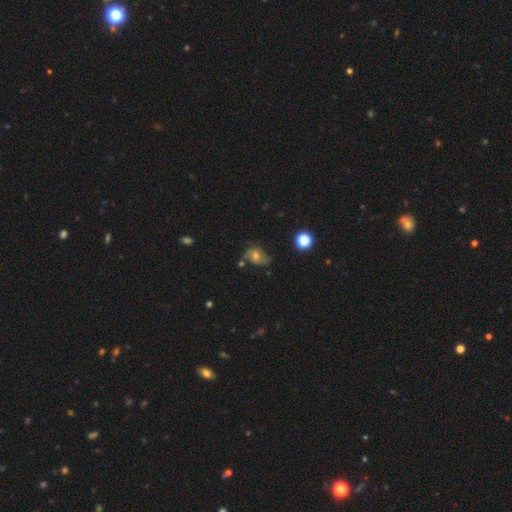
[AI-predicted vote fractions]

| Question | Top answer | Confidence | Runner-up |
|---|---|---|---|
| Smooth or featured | featured or disk | 49% | smooth (37%) |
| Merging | none | 54% | minor disturbance (28%) |